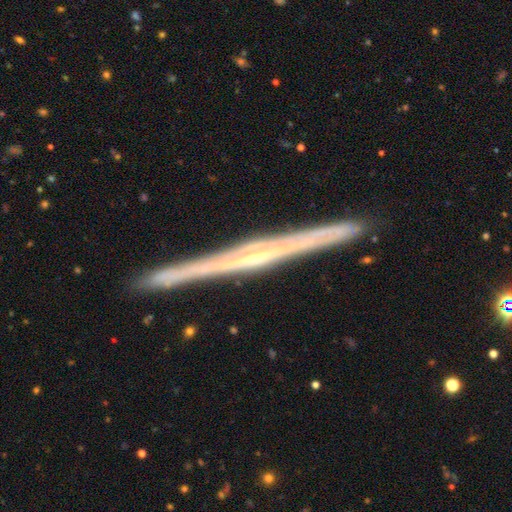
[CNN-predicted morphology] smooth_or_featured: featured or disk (p=0.83) [alt: smooth p=0.11]
disk_edge_on: yes (p=0.98) [alt: no p=0.02]
edge_on_bulge: none (p=0.48) [alt: rounded p=0.41]
merging: none (p=0.91) [alt: minor disturbance p=0.06]